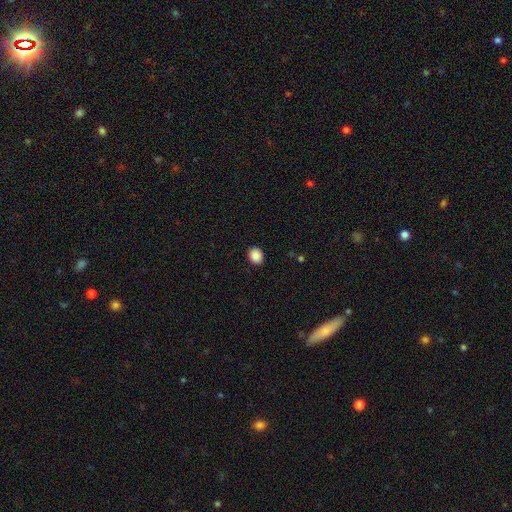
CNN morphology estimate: Smooth or featured? Predicted: smooth (p=0.88). How rounded? Predicted: round (p=0.67). Merging? Predicted: none (p=0.91).